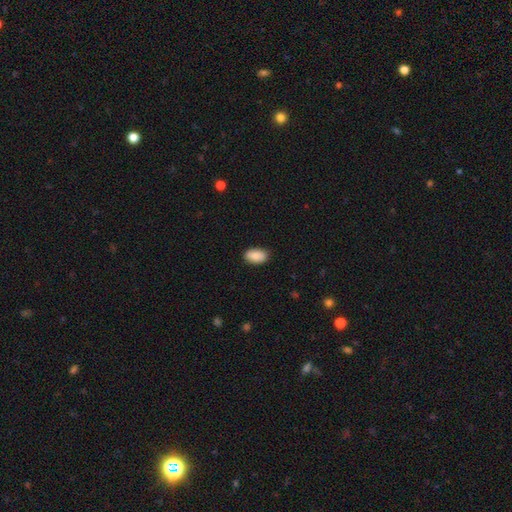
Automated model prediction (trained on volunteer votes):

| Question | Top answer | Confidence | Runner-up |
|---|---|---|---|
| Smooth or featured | smooth | 89% | star or artifact (6%) |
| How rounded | in between | 93% | round (5%) |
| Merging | none | 87% | minor disturbance (10%) |